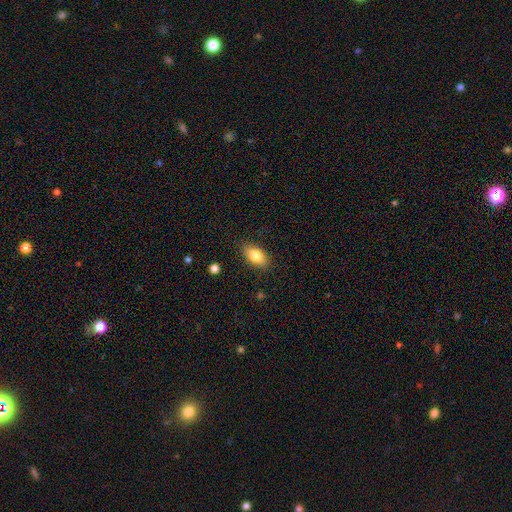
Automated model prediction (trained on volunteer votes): Smooth or featured: smooth — 81% (featured or disk — 12%)
How rounded: in between — 89% (round — 6%)
Merging: none — 86% (minor disturbance — 11%)